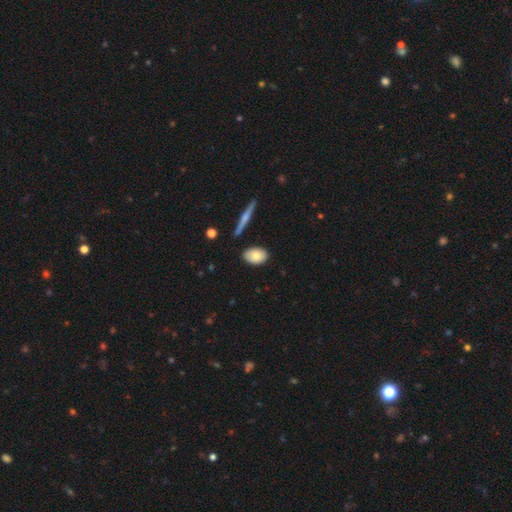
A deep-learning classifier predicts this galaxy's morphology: type=smooth (74%); roundness=in between (87%); merging=none (82%).